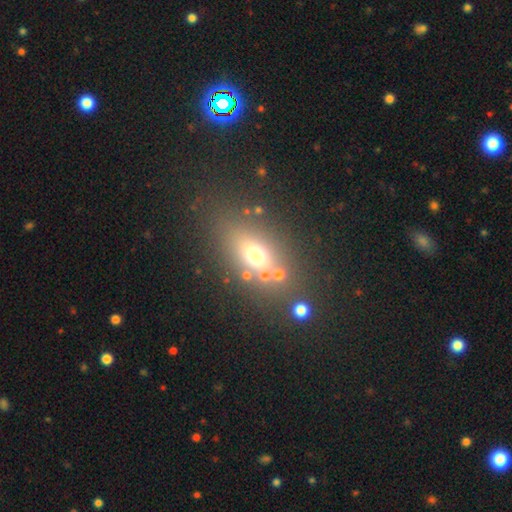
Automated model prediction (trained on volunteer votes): Smooth or featured: smooth — 59% (featured or disk — 21%)
How rounded: in between — 66% (round — 26%)
Merging: none — 67% (merger — 13%)